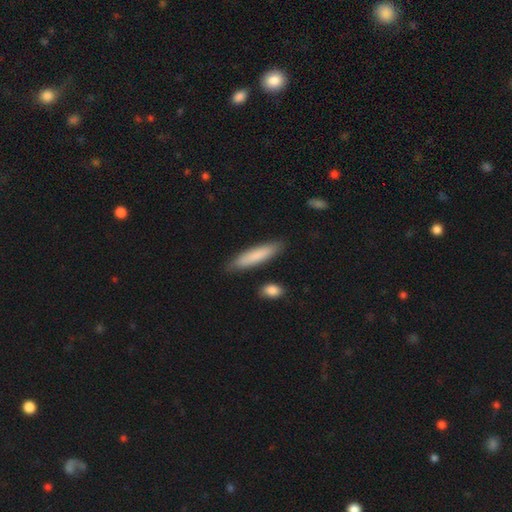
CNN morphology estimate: This appears to be a smooth galaxy with no disk features (82%) that is cigar-shaped (81%). Merging: none (86%).